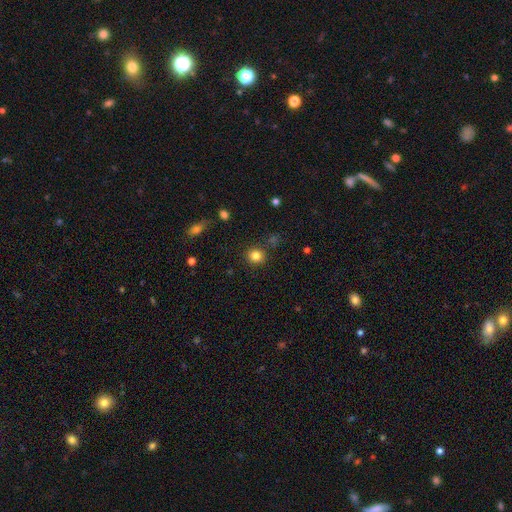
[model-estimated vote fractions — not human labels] Smooth or featured?
  - smooth: 83% *
  - star or artifact: 12%
  - featured or disk: 5%
How rounded?
  - round: 89% *
  - in between: 10%
  - cigar-shaped: 1%
Merging?
  - none: 87% *
  - minor disturbance: 7%
  - merger: 3%
  - major disturbance: 3%